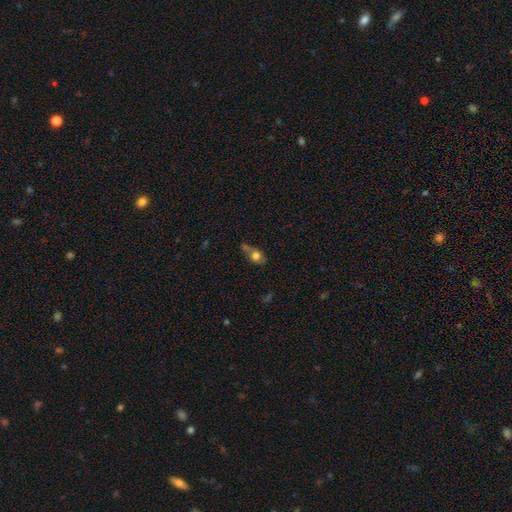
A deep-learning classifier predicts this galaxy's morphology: This appears to be a smooth galaxy with no disk features (69%) that is in between round and cigar-shaped (53%). Merging: none (38%).